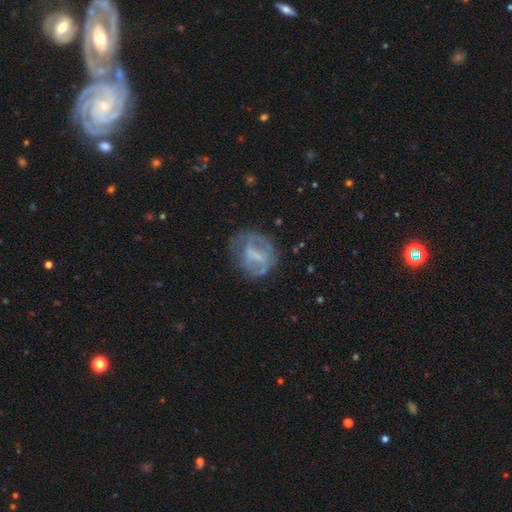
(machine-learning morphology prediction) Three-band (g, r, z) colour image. It shows a featured or disk galaxy (59%) with a weak bar (46%), no spiral arms (57%) and a small central bulge (39%). Merging: none (56%).